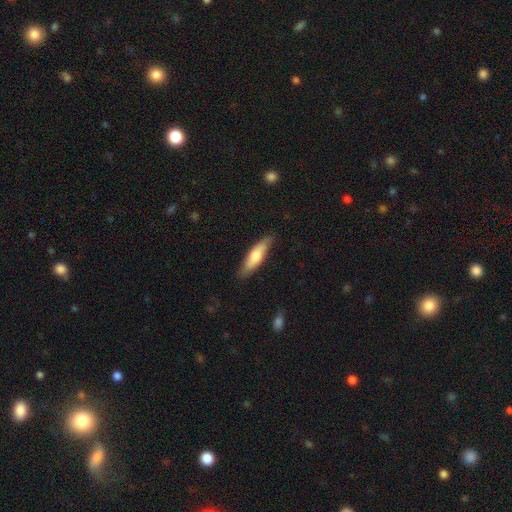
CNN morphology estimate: type=smooth (69%); roundness=cigar-shaped (65%); merging=none (82%).